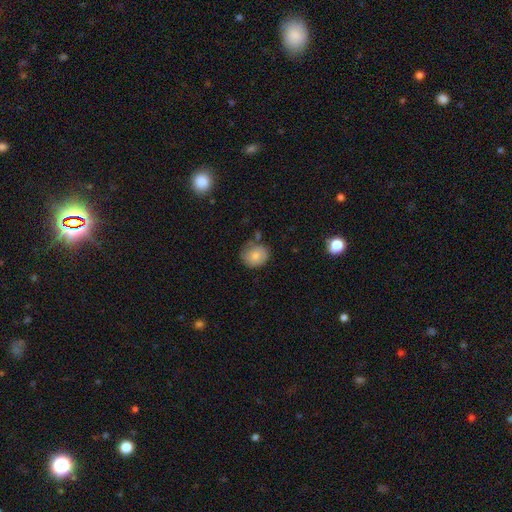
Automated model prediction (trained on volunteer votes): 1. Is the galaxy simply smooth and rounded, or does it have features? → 76% smooth, 15% featured or disk, 9% star or artifact.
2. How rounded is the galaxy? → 76% round, 23% in between, 1% cigar-shaped.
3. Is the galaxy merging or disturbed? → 66% none, 22% minor disturbance, 6% merger, 5% major disturbance.